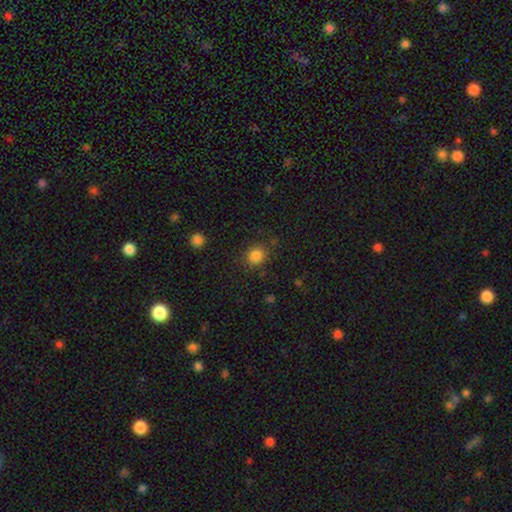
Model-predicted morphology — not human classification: The model was most divided on "how rounded": round: 78%, in between: 21%, cigar-shaped: 1%. More confident: smooth or featured — smooth (84%); merging — none (83%).